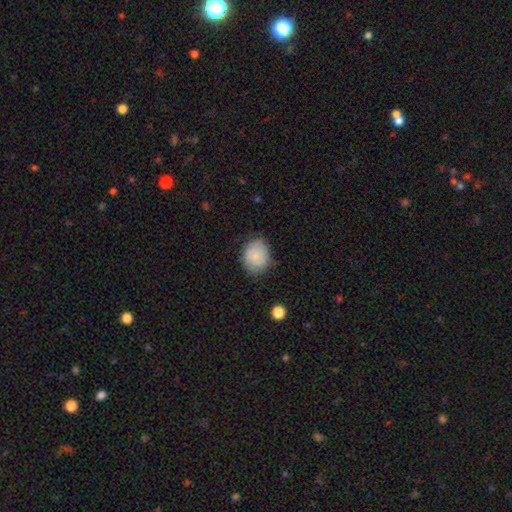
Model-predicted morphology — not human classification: Smooth or featured?
  - smooth: 80% *
  - featured or disk: 12%
  - star or artifact: 7%
How rounded?
  - round: 59% *
  - in between: 40%
  - cigar-shaped: 1%
Merging?
  - none: 71% *
  - minor disturbance: 23%
  - major disturbance: 5%
  - merger: 1%